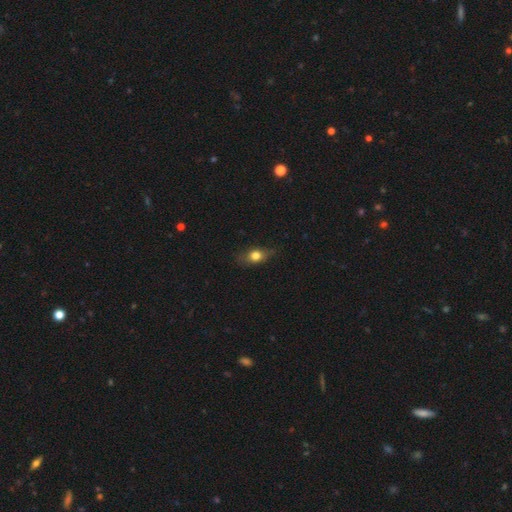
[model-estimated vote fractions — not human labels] Smooth or featured? Predicted: smooth (p=0.74). How rounded? Predicted: in between (p=0.60). Merging? Predicted: none (p=0.71).